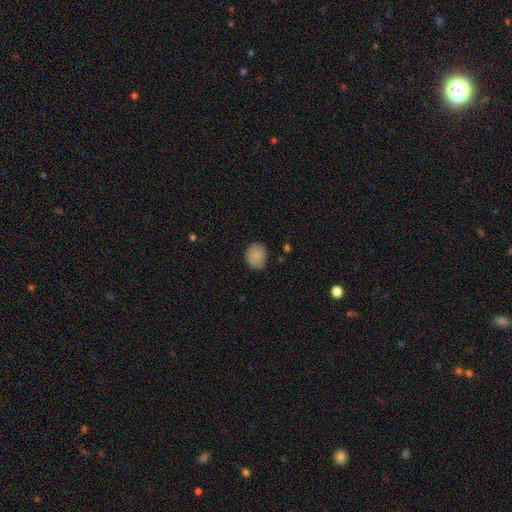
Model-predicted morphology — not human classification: Smooth or featured? smooth (86%)
How rounded? round (55%)
Merging? none (74%)